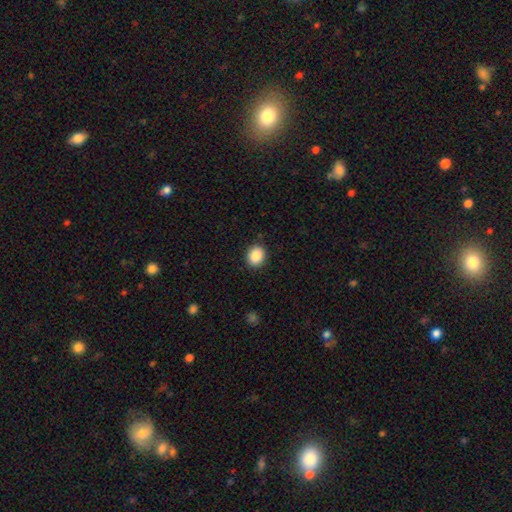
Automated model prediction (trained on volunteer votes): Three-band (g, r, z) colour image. It shows a smooth galaxy with no disk features (88%) that is round (64%). Merging: none (89%).